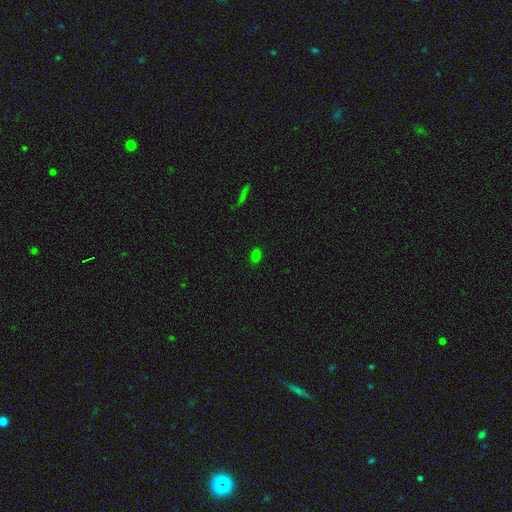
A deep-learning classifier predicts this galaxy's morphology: smooth_or_featured: smooth (p=0.76) [alt: star or artifact p=0.19]
how_rounded: in between (p=0.78) [alt: round p=0.20]
merging: none (p=0.87) [alt: minor disturbance p=0.09]